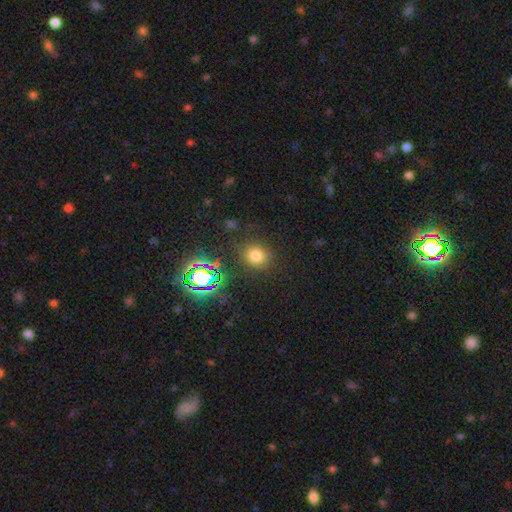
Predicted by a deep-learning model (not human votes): smooth-or-featured: smooth: 72% | star or artifact: 21% | featured or disk: 7%
  how-rounded: round: 76% | in between: 23% | cigar-shaped: 1%
  merging: none: 83% | minor disturbance: 10% | major disturbance: 4% | merger: 3%